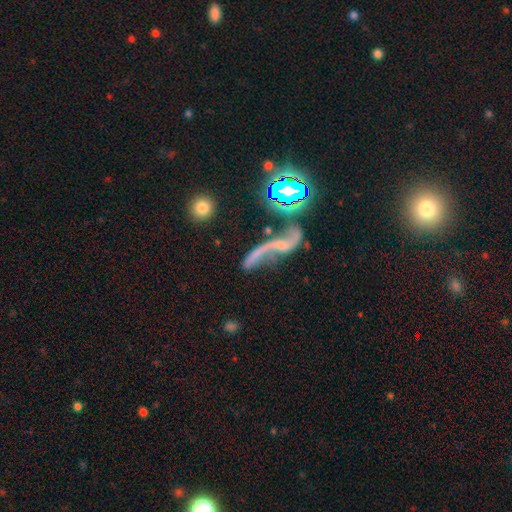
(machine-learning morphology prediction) smooth-or-featured: featured or disk: 65% | smooth: 22% | star or artifact: 14%
  disk-edge-on: no: 87% | yes: 13%
    bar: no: 61% | weak: 25% | strong: 15%
    has-spiral-arms: yes: 73% | no: 27%
    bulge-size: small: 40% (tied) | none: 40% (tied) | moderate: 15% | large: 3% | dominant: 2%
  merging: none: 30% | major disturbance: 29% | merger: 26% | minor disturbance: 15%